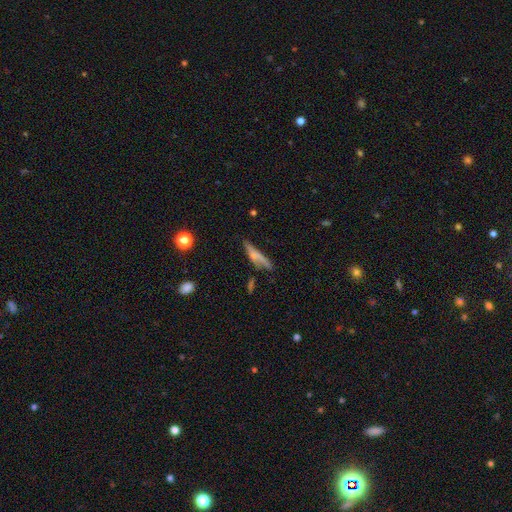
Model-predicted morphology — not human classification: Q: Smooth or featured?
A: smooth (57%); runner-up: featured or disk (34%)
Q: How rounded?
A: cigar-shaped (82%); runner-up: in between (15%)
Q: Merging?
A: none (50%); runner-up: minor disturbance (24%)